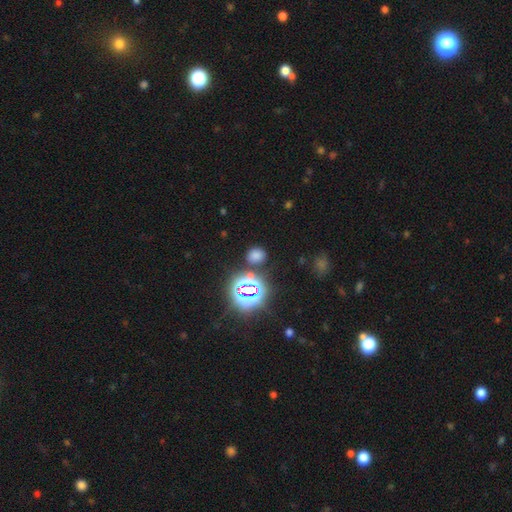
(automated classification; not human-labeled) smooth_or_featured: smooth (p=0.63) [alt: star or artifact p=0.31]
how_rounded: round (p=0.60) [alt: in between p=0.39]
merging: none (p=0.81) [alt: minor disturbance p=0.10]